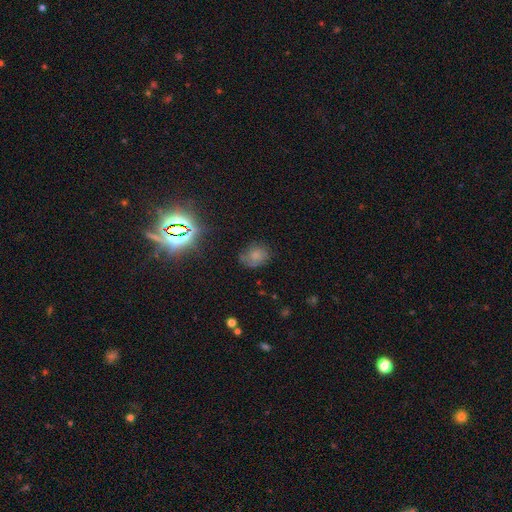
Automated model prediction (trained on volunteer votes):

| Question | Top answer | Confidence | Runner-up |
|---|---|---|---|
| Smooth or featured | smooth | 70% | star or artifact (17%) |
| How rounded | in between | 58% | round (41%) |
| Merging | none | 64% | minor disturbance (25%) |